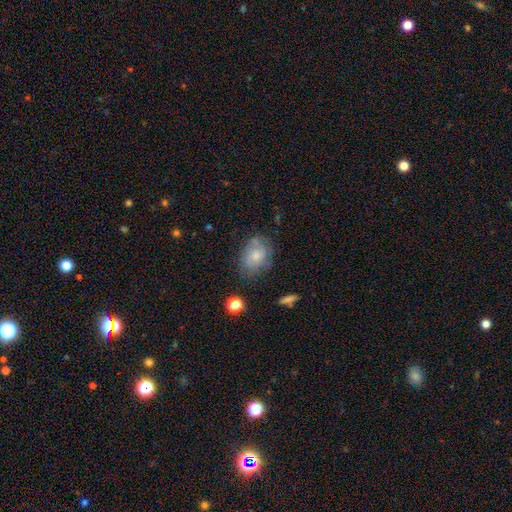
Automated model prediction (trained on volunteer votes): Overall: smooth (64%; featured or disk 26%). How rounded: in between (66%; round 33%). Merging: none (62%; minor disturbance 25%).